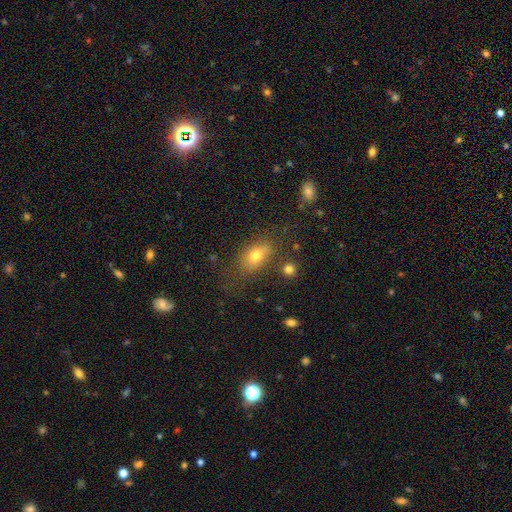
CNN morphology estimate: type=smooth (71%); roundness=in between (80%); merging=none (63%).